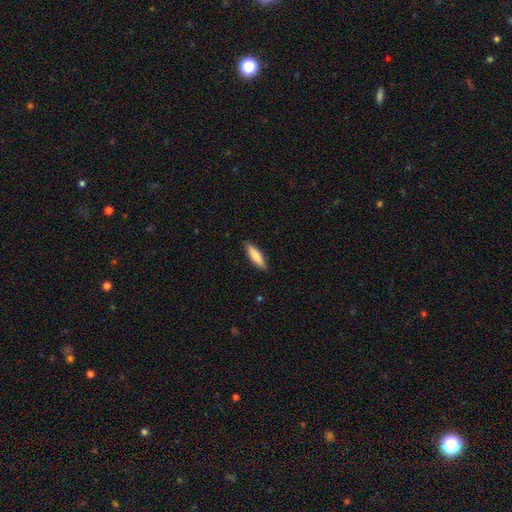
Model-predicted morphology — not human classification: The model was most divided on "how rounded": cigar-shaped: 61%, in between: 38%, round: 2%. More confident: merging — none (88%); smooth or featured — smooth (82%).